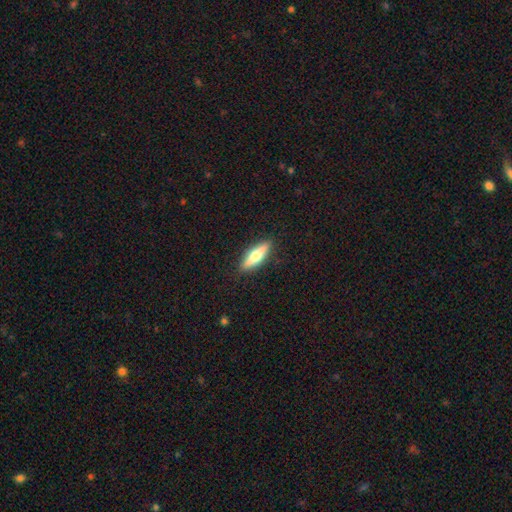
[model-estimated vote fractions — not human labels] Morphology: type=smooth (50%); roundness=cigar-shaped (62%); merging=none (89%).